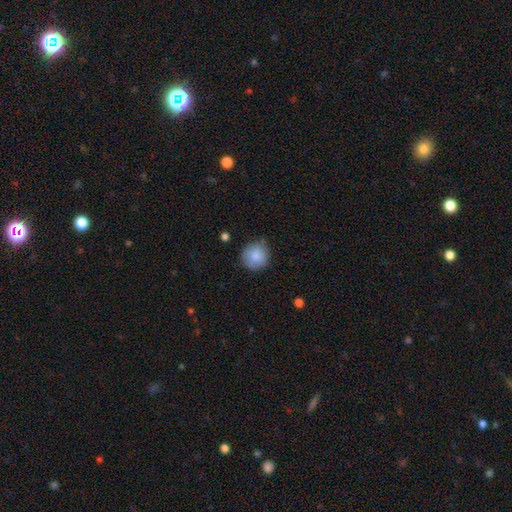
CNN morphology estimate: A smooth galaxy with no disk features (86%) that is round (92%).

Vote fractions:
- Smooth or featured? smooth: 86% / star or artifact: 7% / featured or disk: 7%
- How rounded? round: 92% / in between: 7% / cigar-shaped: 1%
- Merging? none: 74% / minor disturbance: 21% / major disturbance: 3% / merger: 2%